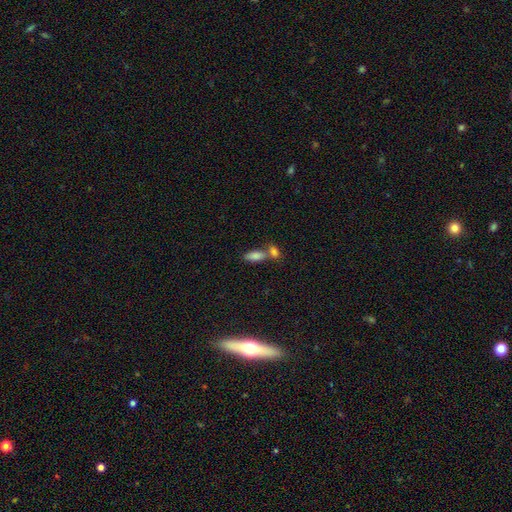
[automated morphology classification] Smooth or featured? smooth (67%)
How rounded? in between (68%)
Merging? none (49%)